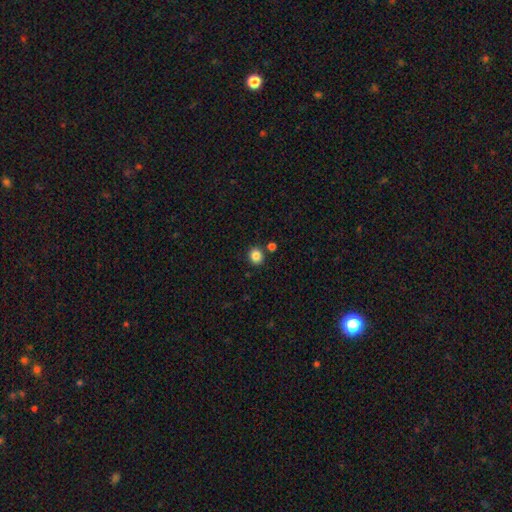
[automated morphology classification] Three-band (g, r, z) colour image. It shows a smooth galaxy with no disk features (85%) that is round (82%). Merging: none (84%).